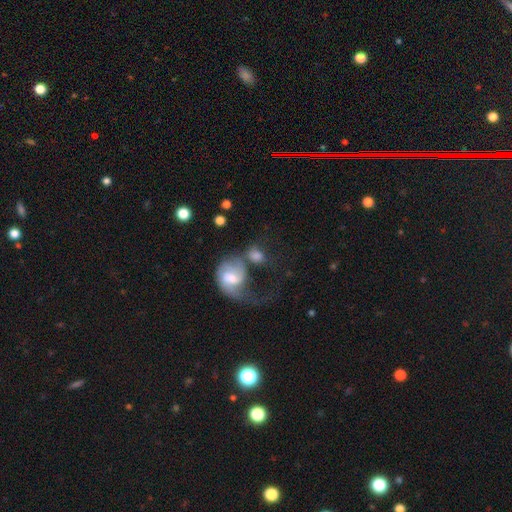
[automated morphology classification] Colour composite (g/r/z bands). It shows a smooth galaxy with no disk features (46%). Merging: merger (37%).